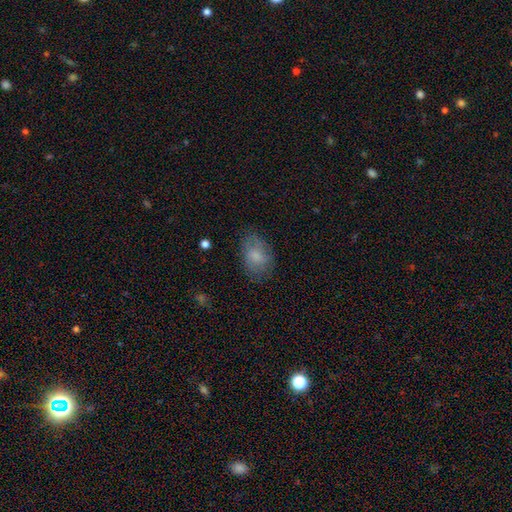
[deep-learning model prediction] The model was most divided on "merging": none: 69%, minor disturbance: 21%, major disturbance: 8%, merger: 1%. More confident: how rounded — in between (85%); smooth or featured — smooth (73%).